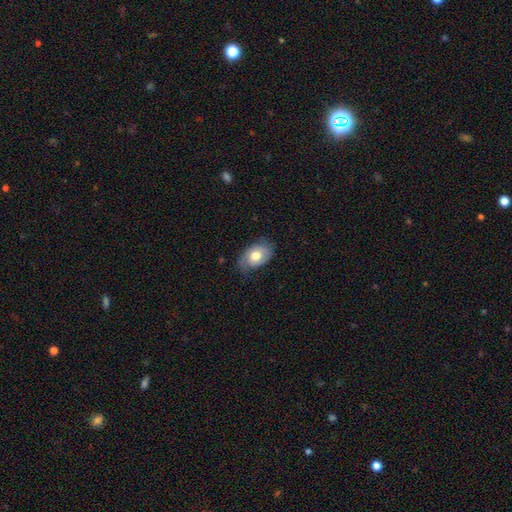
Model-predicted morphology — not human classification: Smooth or featured? Predicted: smooth (p=0.56). How rounded? Predicted: in between (p=0.84). Merging? Predicted: none (p=0.60).